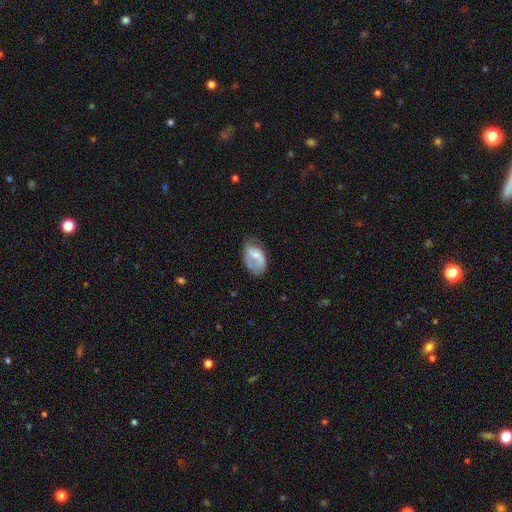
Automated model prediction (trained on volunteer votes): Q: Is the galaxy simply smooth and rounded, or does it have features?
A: smooth — 50%.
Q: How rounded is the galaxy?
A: in between — 88%.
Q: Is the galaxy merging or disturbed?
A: none — 40%.